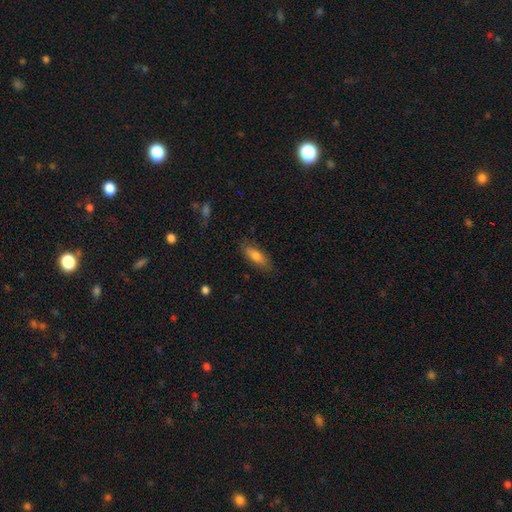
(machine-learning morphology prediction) smooth-or-featured: smooth: 76% | featured or disk: 17% | star or artifact: 7%
  how-rounded: in between: 64% | cigar-shaped: 34% | round: 2%
  merging: none: 82% | minor disturbance: 14% | major disturbance: 3% | merger: 1%